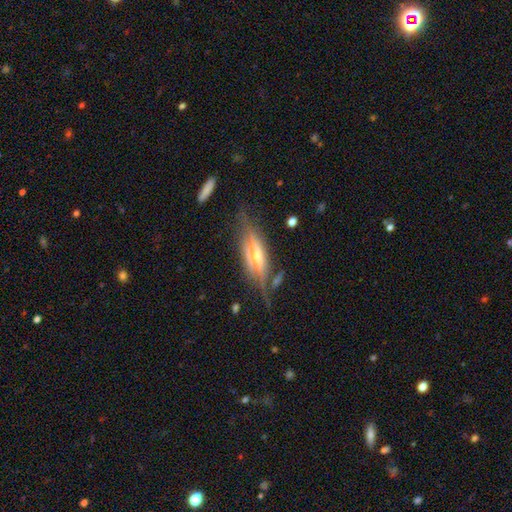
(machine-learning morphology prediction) Smooth or featured? featured or disk (72%)
Edge-on disk? yes (89%)
Edge-on bulge? rounded (72%)
Merging? none (66%)